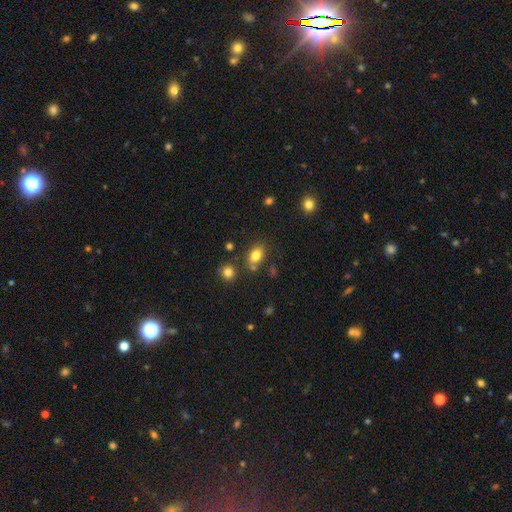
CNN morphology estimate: Smooth or featured: smooth — 81% (star or artifact — 11%)
How rounded: in between — 75% (round — 24%)
Merging: none — 72% (minor disturbance — 13%)